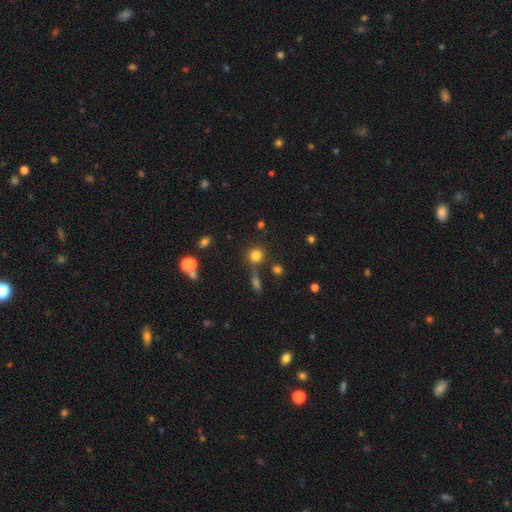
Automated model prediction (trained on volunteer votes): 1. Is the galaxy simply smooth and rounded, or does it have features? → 78% smooth, 15% star or artifact, 8% featured or disk.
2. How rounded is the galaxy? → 88% round, 10% in between, 1% cigar-shaped.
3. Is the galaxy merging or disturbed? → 70% none, 15% merger, 10% minor disturbance, 5% major disturbance.